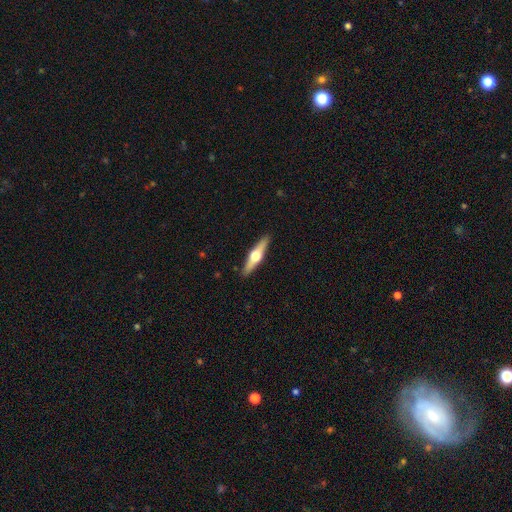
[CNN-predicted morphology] Smooth or featured? featured or disk (66%)
Edge-on disk? yes (97%)
Edge-on bulge? rounded (96%)
Merging? none (91%)